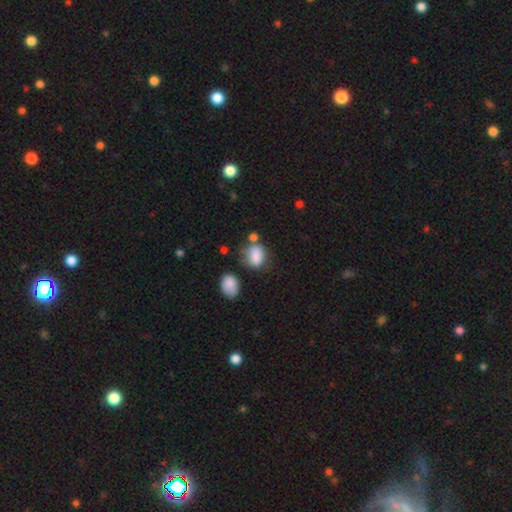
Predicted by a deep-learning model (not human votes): Smooth or featured? smooth (82%)
How rounded? in between (62%)
Merging? none (50%)